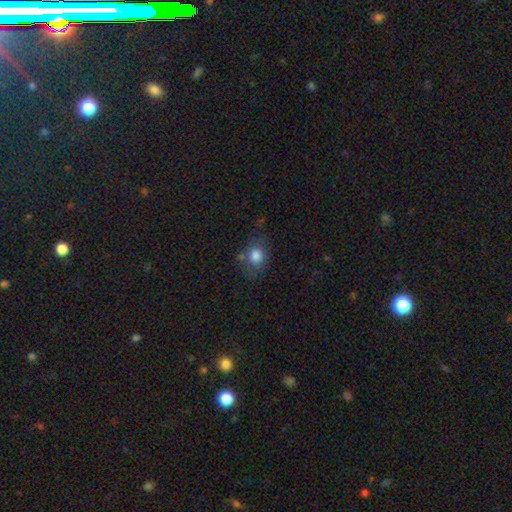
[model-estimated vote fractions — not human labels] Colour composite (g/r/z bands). It shows a smooth galaxy with no disk features (81%) that is round (62%). Merging: none (66%).